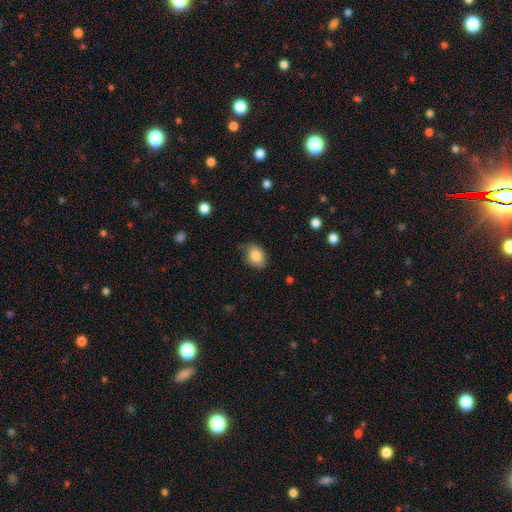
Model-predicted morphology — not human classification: smooth 83%, featured or disk 9%, star or artifact 8%. Down the decision tree: how rounded — in between (62%); merging — none (69%).